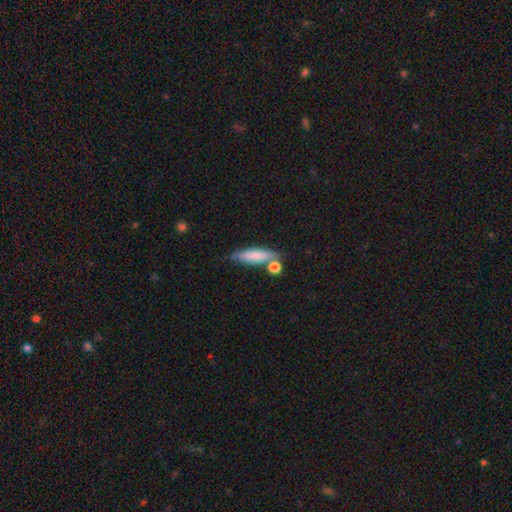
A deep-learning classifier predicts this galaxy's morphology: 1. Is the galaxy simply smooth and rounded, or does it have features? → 74% smooth, 19% featured or disk, 7% star or artifact.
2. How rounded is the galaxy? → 68% cigar-shaped, 29% in between, 4% round.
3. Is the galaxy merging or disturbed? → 64% none, 17% merger, 15% minor disturbance, 4% major disturbance.